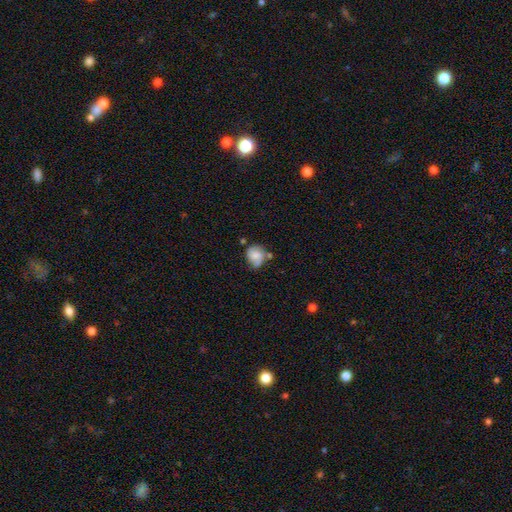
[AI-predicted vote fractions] smooth 50%, featured or disk 41%, star or artifact 9%. Down the decision tree: how rounded — round (65%); merging — none (50%).